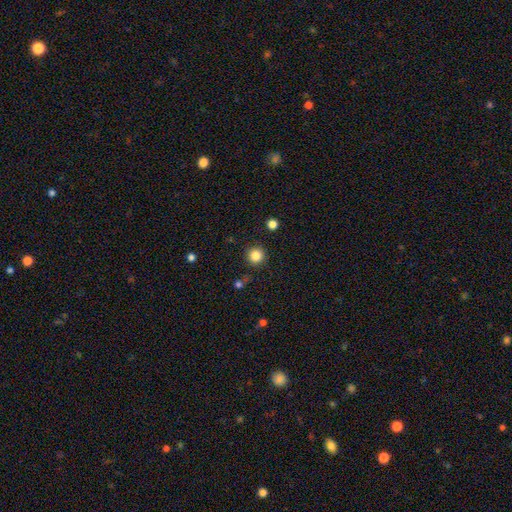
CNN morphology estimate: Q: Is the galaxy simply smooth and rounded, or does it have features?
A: smooth — 85%.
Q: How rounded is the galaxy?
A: round — 95%.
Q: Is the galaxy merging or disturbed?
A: none — 89%.